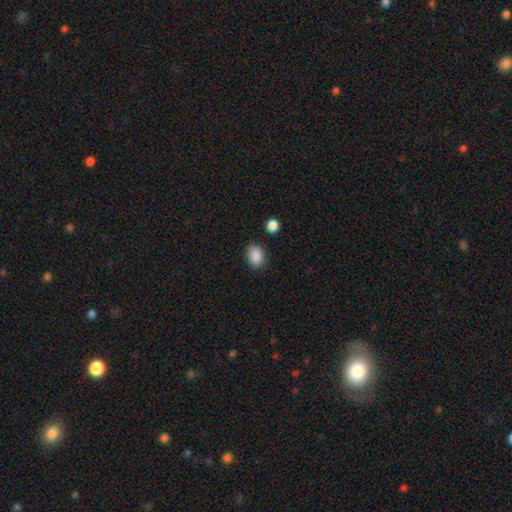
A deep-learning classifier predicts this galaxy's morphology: smooth-or-featured: smooth: 89% | star or artifact: 8% | featured or disk: 3%
  how-rounded: in between: 72% | round: 27% | cigar-shaped: 1%
  merging: none: 83% | minor disturbance: 11% | merger: 3% | major disturbance: 3%